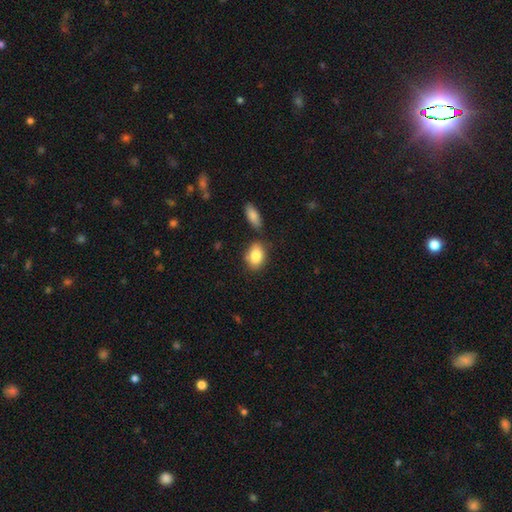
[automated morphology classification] type=smooth (84%); roundness=in between (83%); merging=none (68%).